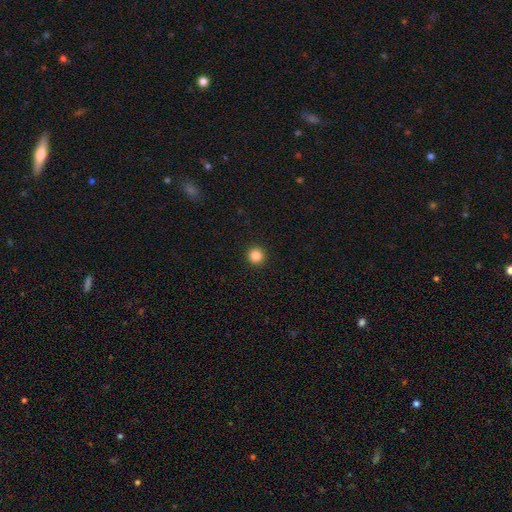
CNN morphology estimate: A smooth galaxy with no disk features (85%) that is round (96%).

Vote fractions:
- Smooth or featured? smooth: 85% / star or artifact: 11% / featured or disk: 4%
- How rounded? round: 96% / in between: 3% / cigar-shaped: 1%
- Merging? none: 94% / minor disturbance: 4% / major disturbance: 2% / merger: 1%